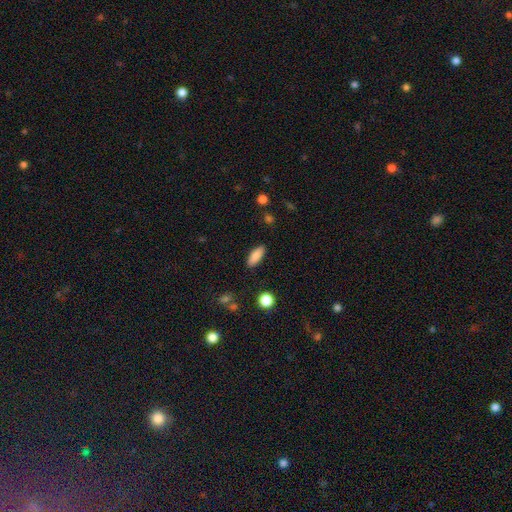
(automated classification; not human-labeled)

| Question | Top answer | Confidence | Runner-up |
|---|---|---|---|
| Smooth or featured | smooth | 86% | star or artifact (7%) |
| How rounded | in between | 74% | cigar-shaped (24%) |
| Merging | none | 88% | minor disturbance (9%) |